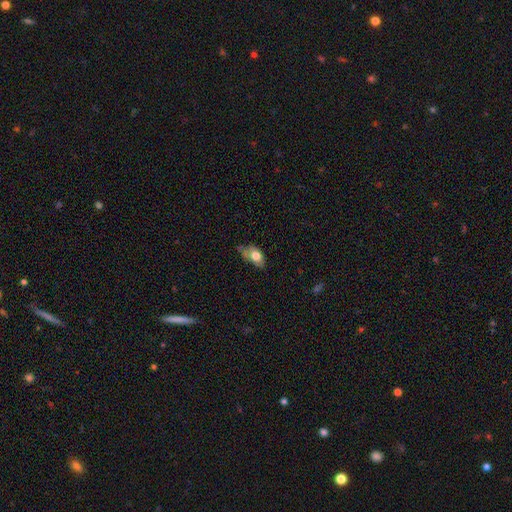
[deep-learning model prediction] The model was most divided on "merging": minor disturbance: 42%, none: 33%, major disturbance: 20%, merger: 5%. More confident: how rounded — in between (88%); smooth or featured — smooth (71%).